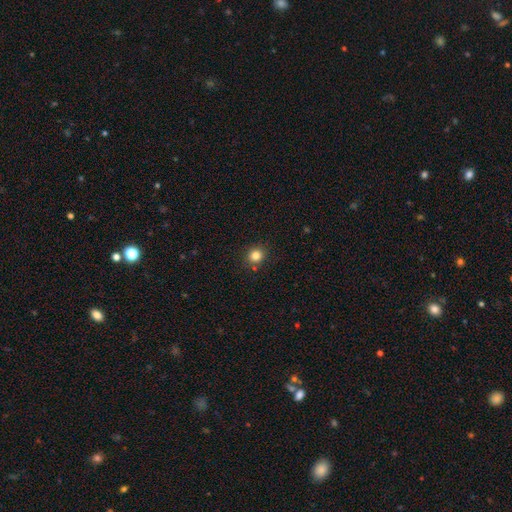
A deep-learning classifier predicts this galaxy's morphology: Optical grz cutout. It shows a smooth galaxy with no disk features (83%) that is round (86%). Merging: none (87%).